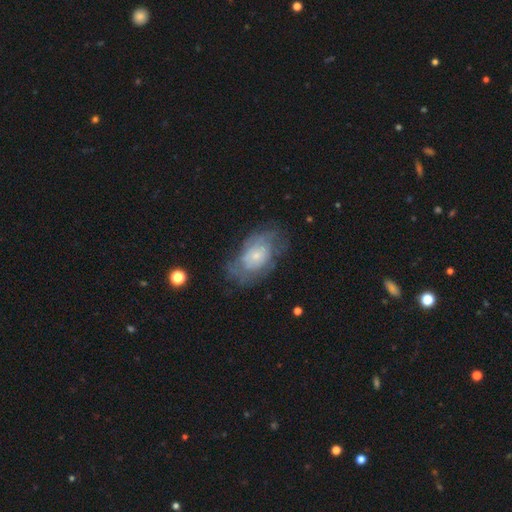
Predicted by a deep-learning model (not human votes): This is likely a featured or disk galaxy (62%). It is clearly not viewed edge-on (95%). Bar: likely no (80%). Spiral arm pattern: likely yes (66%). Central bulge: likely small (68%). Merging: possibly none (57%).